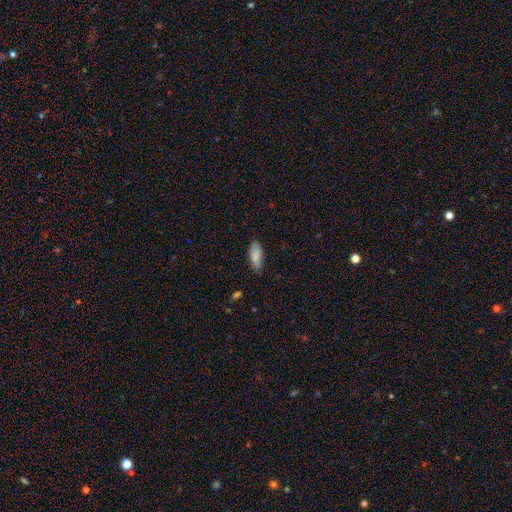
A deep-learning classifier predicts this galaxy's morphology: type=smooth (85%); roundness=in between (75%); merging=none (78%).